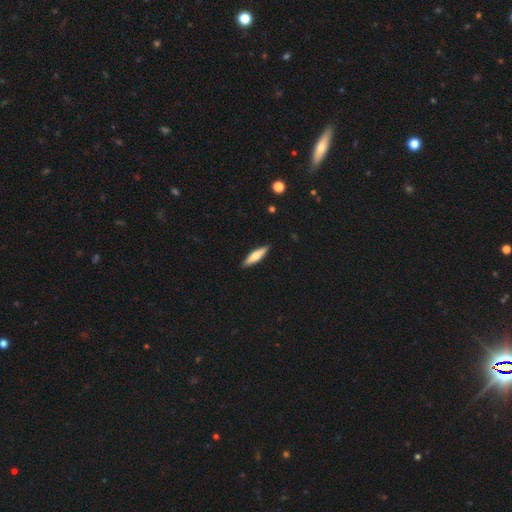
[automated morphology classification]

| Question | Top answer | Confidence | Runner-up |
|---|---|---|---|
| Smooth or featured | smooth | 58% | featured or disk (37%) |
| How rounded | cigar-shaped | 73% | in between (25%) |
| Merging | none | 91% | minor disturbance (7%) |